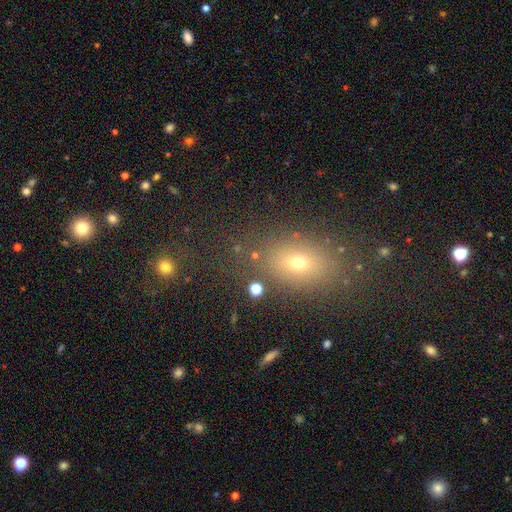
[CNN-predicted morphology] Smooth or featured: smooth — 61% (star or artifact — 25%)
How rounded: in between — 65% (round — 31%)
Merging: none — 78% (minor disturbance — 11%)